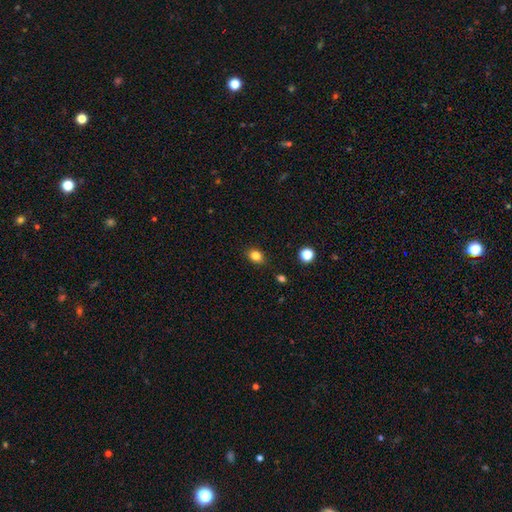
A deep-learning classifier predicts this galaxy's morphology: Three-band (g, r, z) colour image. It shows a smooth galaxy with no disk features (83%) that is in between round and cigar-shaped (57%). Merging: none (85%).